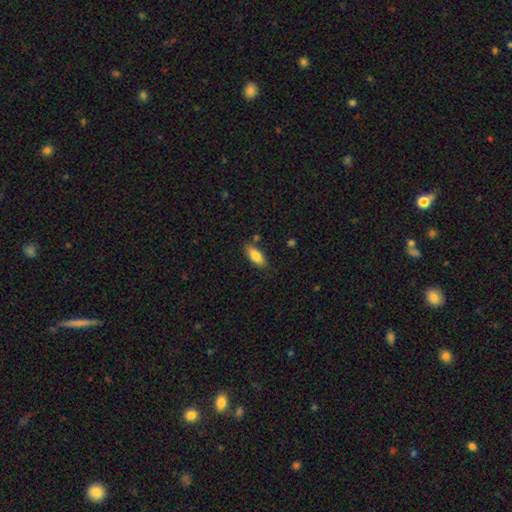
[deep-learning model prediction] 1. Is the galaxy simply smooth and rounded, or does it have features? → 83% smooth, 11% featured or disk, 6% star or artifact.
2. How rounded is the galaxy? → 79% in between, 19% cigar-shaped, 2% round.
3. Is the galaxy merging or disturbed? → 82% none, 12% minor disturbance, 3% merger, 3% major disturbance.